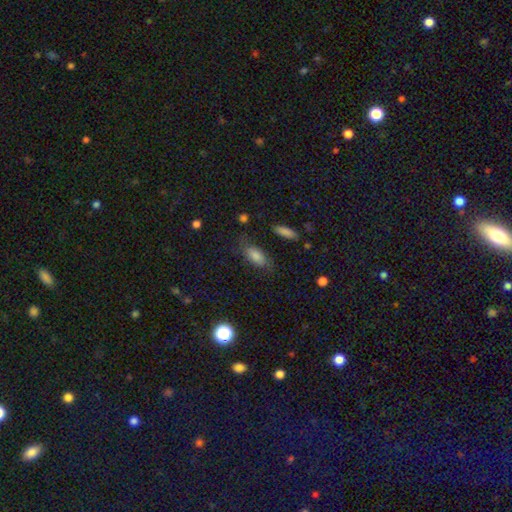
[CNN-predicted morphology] Smooth or featured? smooth (68%)
How rounded? in between (79%)
Merging? none (72%)